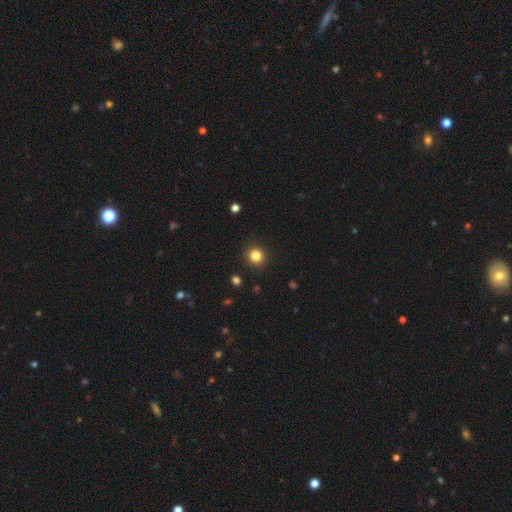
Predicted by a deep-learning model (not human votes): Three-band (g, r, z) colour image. It shows a smooth galaxy with no disk features (83%) that is round (93%). Merging: none (91%).